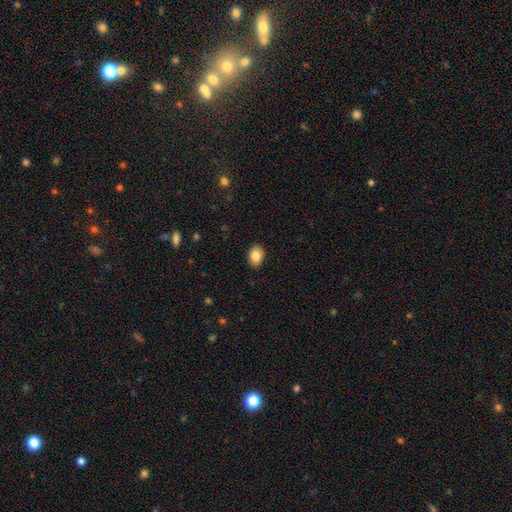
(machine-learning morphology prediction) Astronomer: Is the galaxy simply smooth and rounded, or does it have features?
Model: smooth — 85%.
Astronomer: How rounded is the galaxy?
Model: in between — 78%.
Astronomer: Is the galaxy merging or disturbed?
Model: none — 90%.